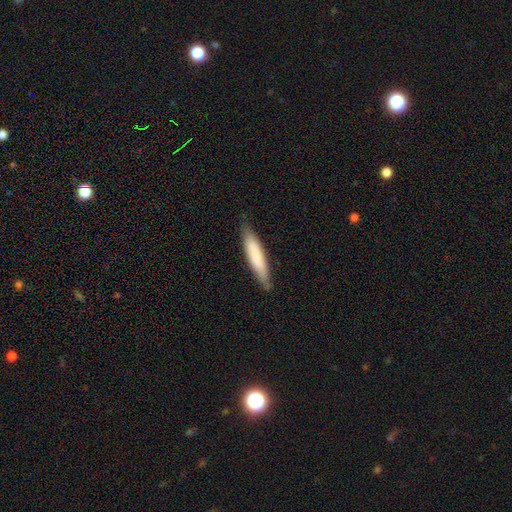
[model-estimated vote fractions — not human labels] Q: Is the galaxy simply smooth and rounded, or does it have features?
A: smooth — 75%.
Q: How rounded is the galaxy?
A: cigar-shaped — 85%.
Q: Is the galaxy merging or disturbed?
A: none — 82%.